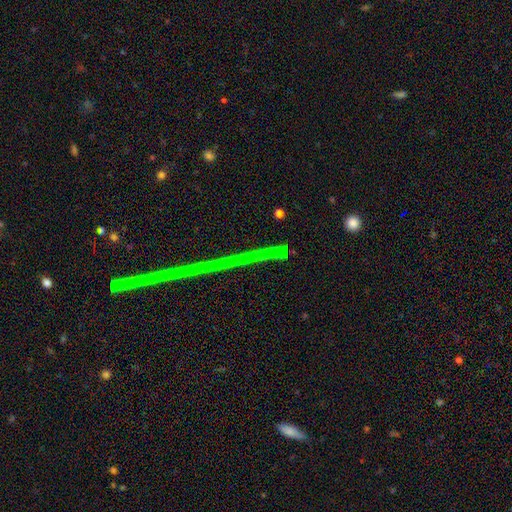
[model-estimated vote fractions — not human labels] Morphology: type=star or artifact (74%).